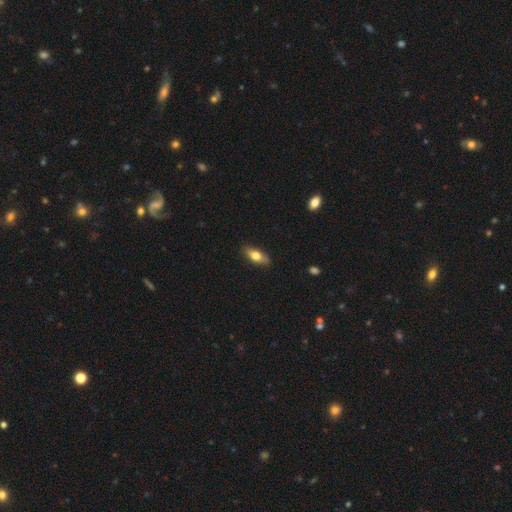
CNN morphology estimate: Smooth or featured: smooth — 70% (featured or disk — 23%)
How rounded: in between — 77% (cigar-shaped — 19%)
Merging: none — 85% (minor disturbance — 12%)